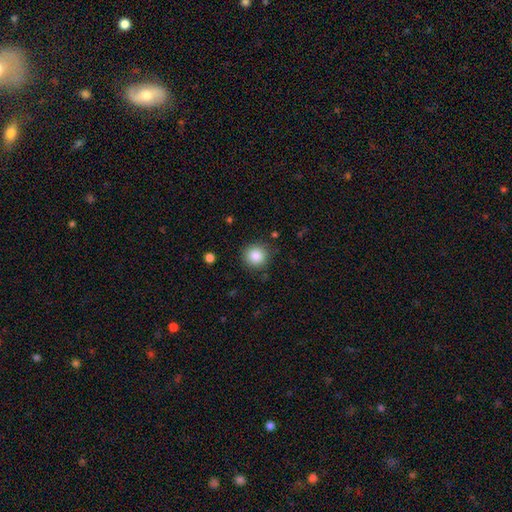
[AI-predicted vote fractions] smooth_or_featured: smooth (p=0.86) [alt: star or artifact p=0.10]
how_rounded: round (p=0.93) [alt: in between p=0.06]
merging: none (p=0.87) [alt: minor disturbance p=0.09]